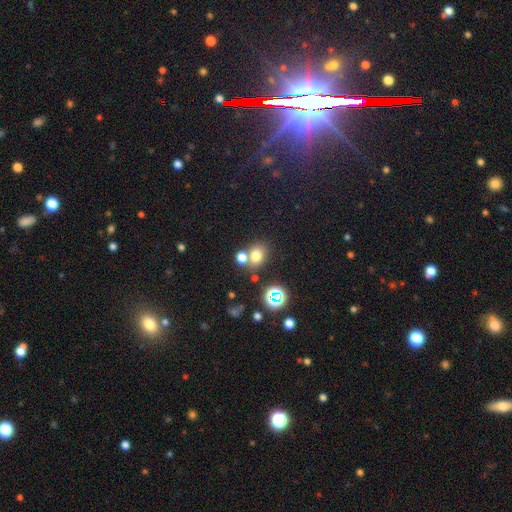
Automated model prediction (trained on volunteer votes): A smooth galaxy with no disk features (72%) that is round (56%).

Vote fractions:
- Smooth or featured? smooth: 72% / star or artifact: 19% / featured or disk: 9%
- How rounded? round: 56% / in between: 43% / cigar-shaped: 1%
- Merging? none: 60% / merger: 25% / minor disturbance: 10% / major disturbance: 4%